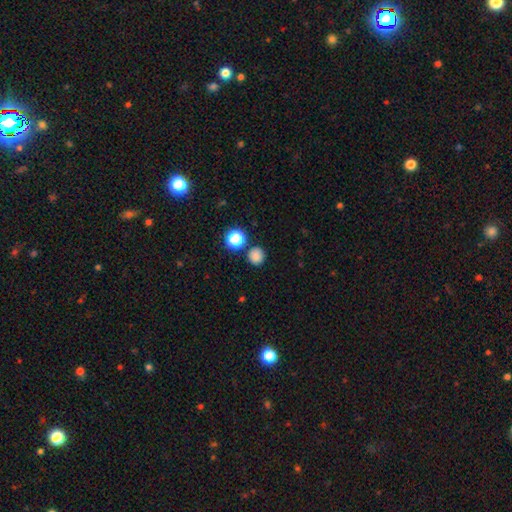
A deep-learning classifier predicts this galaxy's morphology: Q: Smooth or featured?
A: smooth (83%); runner-up: star or artifact (13%)
Q: How rounded?
A: round (91%); runner-up: in between (8%)
Q: Merging?
A: none (85%); runner-up: minor disturbance (7%)